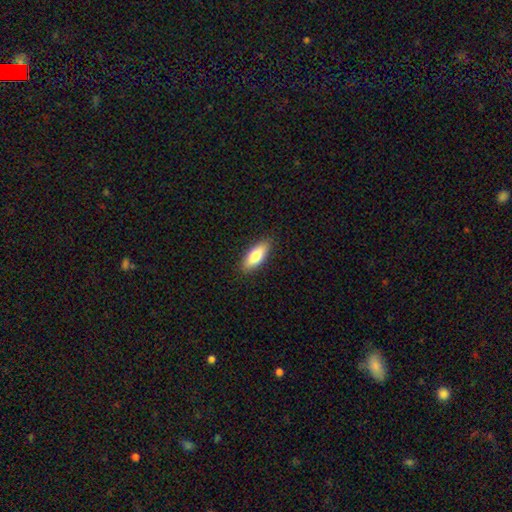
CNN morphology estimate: This is likely a smooth galaxy (76%). How rounded: likely in between (71%). Merging: clearly none (89%).